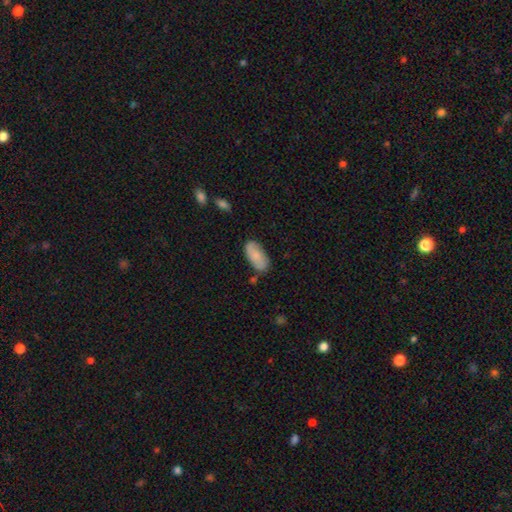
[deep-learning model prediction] A smooth galaxy with no disk features (76%) that is in between round and cigar-shaped (92%). Merging: none (72%).